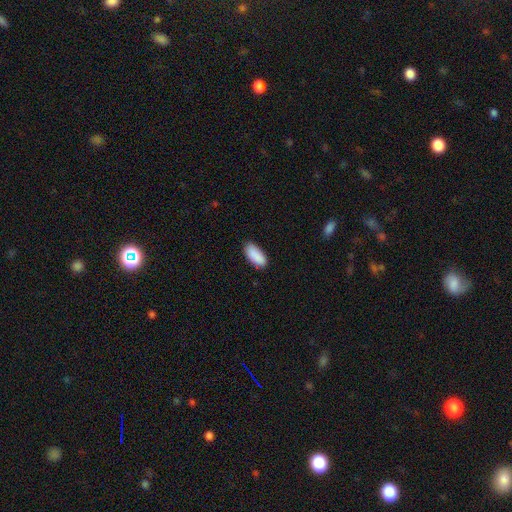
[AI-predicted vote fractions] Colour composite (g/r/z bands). It shows a smooth galaxy with no disk features (90%) that is in between round and cigar-shaped (87%). Merging: none (82%).